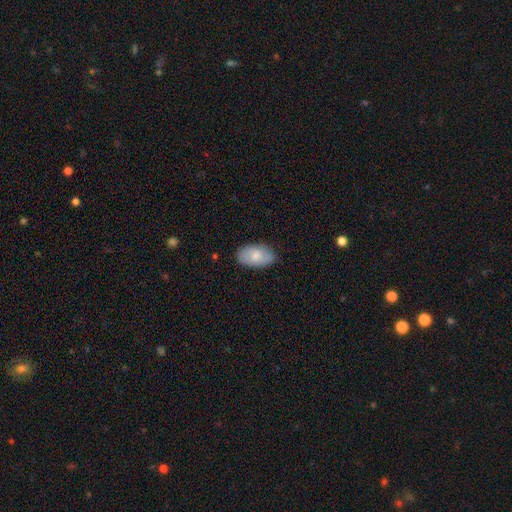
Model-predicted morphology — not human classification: Smooth or featured?
  - smooth: 75% *
  - featured or disk: 19%
  - star or artifact: 6%
How rounded?
  - in between: 94% *
  - round: 4%
  - cigar-shaped: 2%
Merging?
  - none: 79% *
  - minor disturbance: 17%
  - major disturbance: 3%
  - merger: 1%